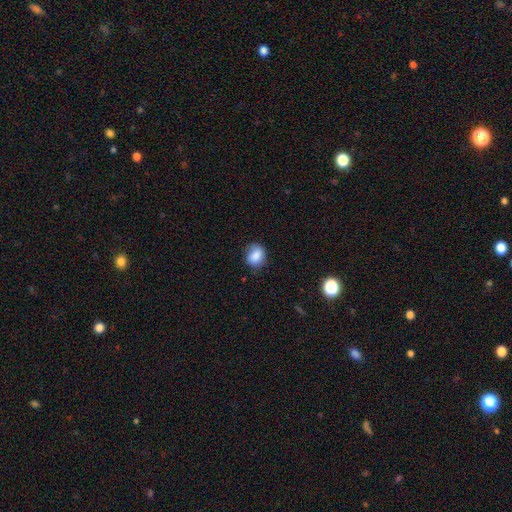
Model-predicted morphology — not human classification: This is clearly a smooth galaxy (84%). How rounded: possibly round (56%). Merging: likely none (73%).